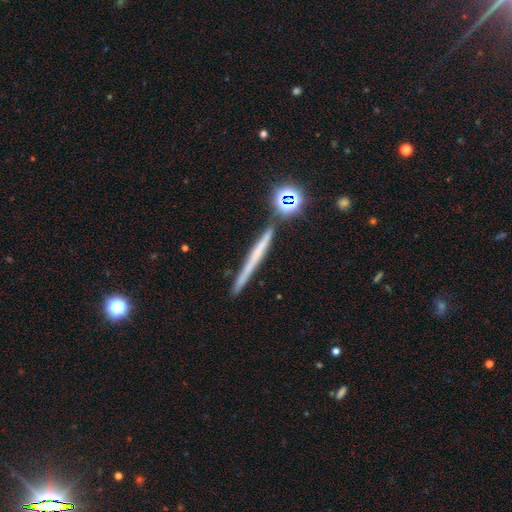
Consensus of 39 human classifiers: A smooth galaxy with no disk features (46%, tied with featured or disk) that is cigar-shaped (100%).

Vote fractions:
- Smooth or featured? smooth: 46% (tied) / featured or disk: 46% (tied) / star or artifact: 8%
- How rounded? cigar-shaped: 100% / round: 0% / in between: 0%
- Merging? none: 83% / merger: 8% / minor disturbance: 6% / major disturbance: 3%